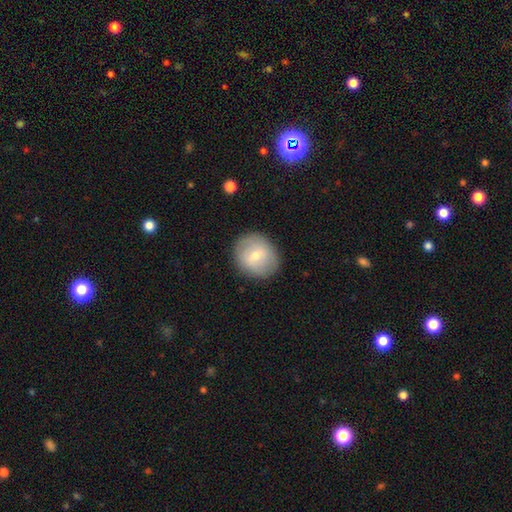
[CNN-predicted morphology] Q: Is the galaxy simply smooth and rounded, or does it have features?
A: smooth — 60%.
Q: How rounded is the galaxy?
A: round — 79%.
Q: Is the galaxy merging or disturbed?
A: none — 86%.